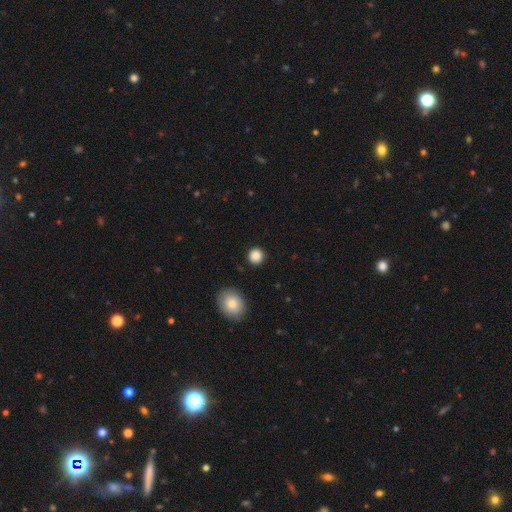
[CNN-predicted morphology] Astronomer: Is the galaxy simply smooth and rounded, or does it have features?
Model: smooth — 87%.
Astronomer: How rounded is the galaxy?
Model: round — 92%.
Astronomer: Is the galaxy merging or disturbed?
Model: none — 90%.